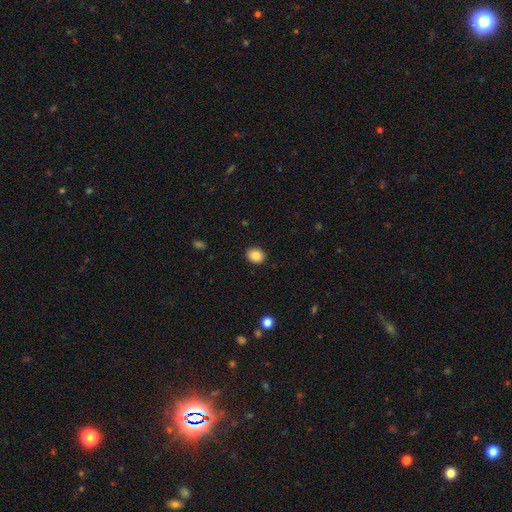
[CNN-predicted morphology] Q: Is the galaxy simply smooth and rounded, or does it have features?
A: smooth — 87%.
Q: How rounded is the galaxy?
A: round — 52%.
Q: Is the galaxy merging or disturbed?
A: none — 90%.